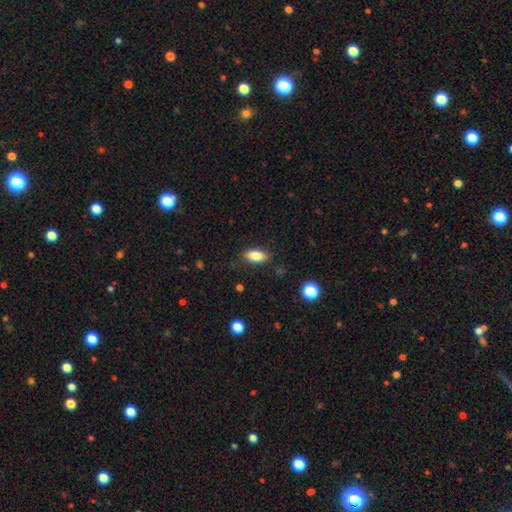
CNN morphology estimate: smooth_or_featured: smooth (p=0.83) [alt: featured or disk p=0.09]
how_rounded: in between (p=0.87) [alt: cigar-shaped p=0.09]
merging: none (p=0.85) [alt: minor disturbance p=0.11]